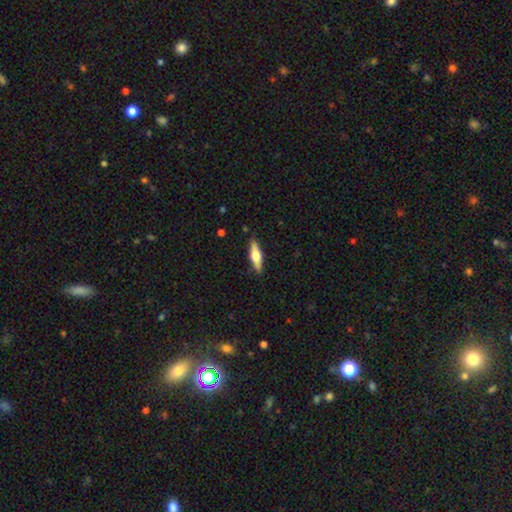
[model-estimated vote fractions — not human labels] Smooth or featured?
  - featured or disk: 56% *
  - smooth: 38%
  - star or artifact: 6%
Edge-on disk?
  - yes: 95% *
  - no: 5%
Edge-on bulge?
  - rounded: 94% *
  - boxy: 4%
  - none: 2%
Merging?
  - none: 88% *
  - minor disturbance: 9%
  - major disturbance: 2%
  - merger: 1%